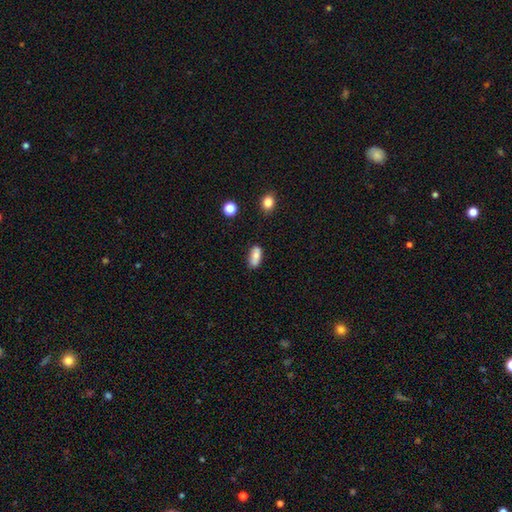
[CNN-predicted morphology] A smooth galaxy with no disk features (79%) that is in between round and cigar-shaped (85%).

Vote fractions:
- Smooth or featured? smooth: 79% / featured or disk: 13% / star or artifact: 8%
- How rounded? in between: 85% / cigar-shaped: 11% / round: 4%
- Merging? none: 74% / minor disturbance: 17% / merger: 5% / major disturbance: 4%